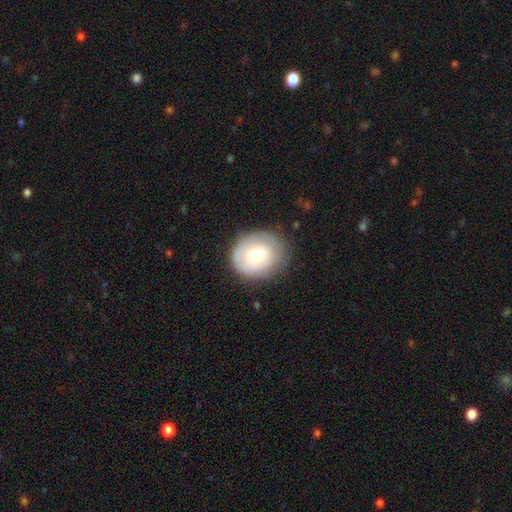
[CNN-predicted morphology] Smooth or featured? Predicted: smooth (p=0.62). How rounded? Predicted: round (p=0.72). Merging? Predicted: none (p=0.73).